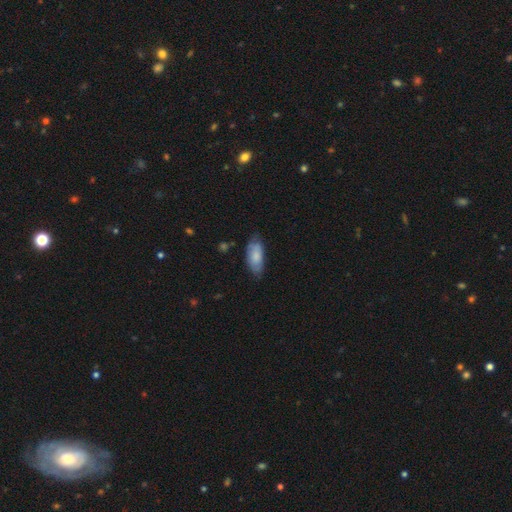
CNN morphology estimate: The model was most divided on "merging": none: 64%, minor disturbance: 28%, major disturbance: 6%, merger: 2%. More confident: how rounded — in between (87%); smooth or featured — smooth (77%).